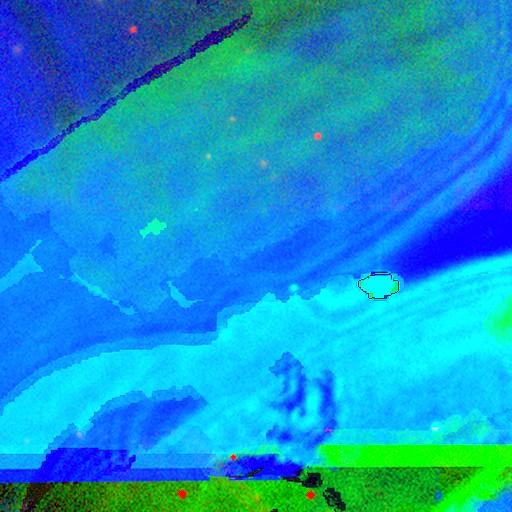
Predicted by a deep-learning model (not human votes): Smooth or featured? Predicted: star or artifact (p=0.85).